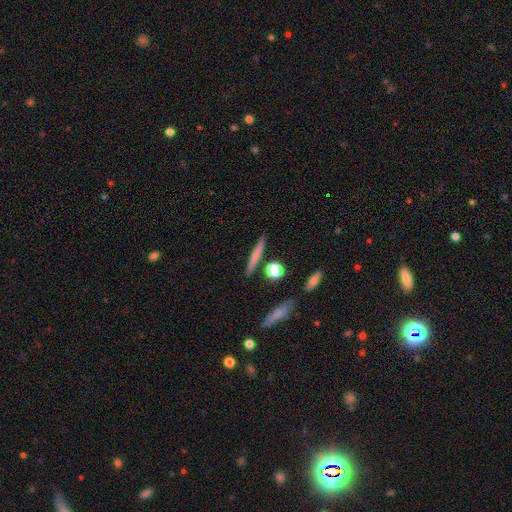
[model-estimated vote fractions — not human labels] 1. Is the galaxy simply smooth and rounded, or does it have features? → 60% smooth, 33% featured or disk, 8% star or artifact.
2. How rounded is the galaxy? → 88% cigar-shaped, 6% round, 6% in between.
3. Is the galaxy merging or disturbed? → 86% none, 8% minor disturbance, 4% merger, 2% major disturbance.